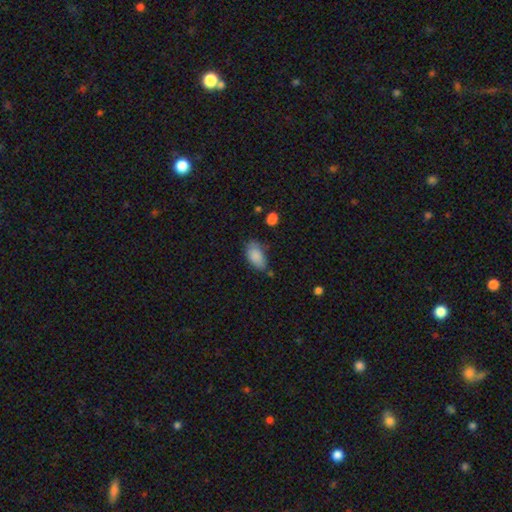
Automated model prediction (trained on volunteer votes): The model was most divided on "merging": none: 61%, minor disturbance: 28%, major disturbance: 6%, merger: 4%. More confident: how rounded — in between (93%); smooth or featured — smooth (87%).